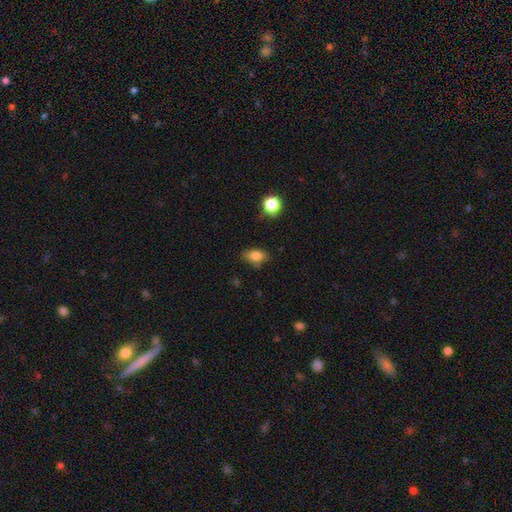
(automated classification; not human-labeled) smooth_or_featured: smooth (p=0.82) [alt: star or artifact p=0.10]
how_rounded: in between (p=0.84) [alt: round p=0.12]
merging: none (p=0.74) [alt: minor disturbance p=0.20]